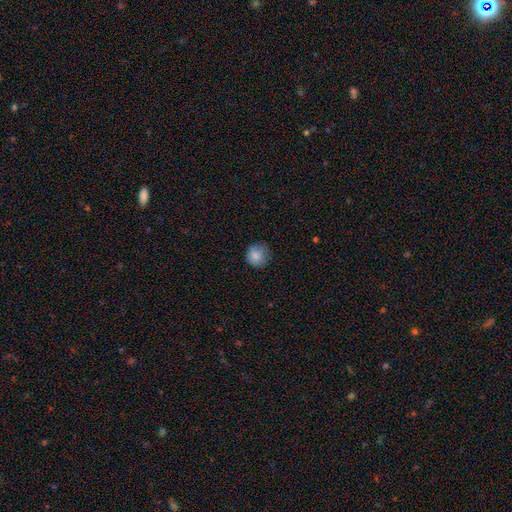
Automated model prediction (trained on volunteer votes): Overall: smooth (86%). How rounded: round (90%). Merging: none (75%).